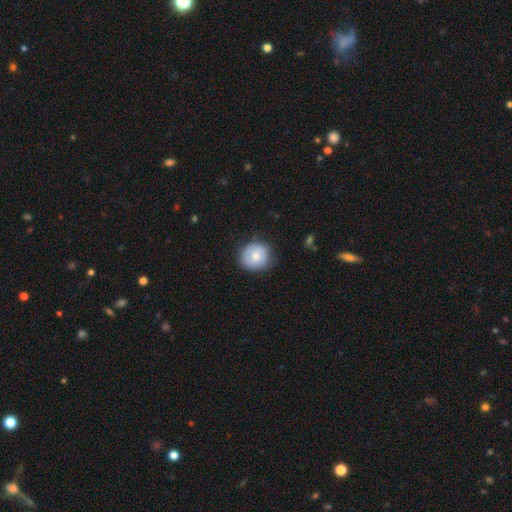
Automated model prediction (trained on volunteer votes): A smooth galaxy with no disk features (72%) that is round (82%). Merging: none (79%).